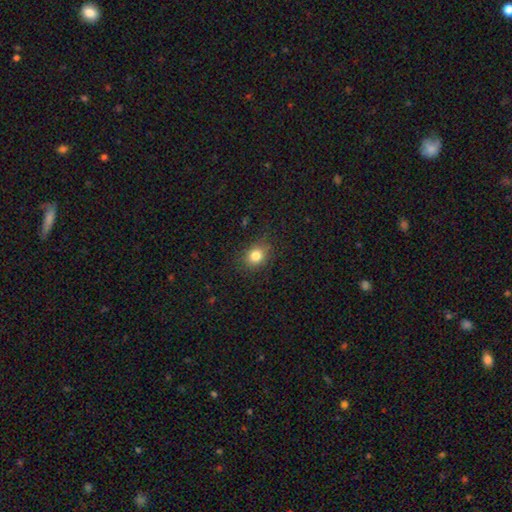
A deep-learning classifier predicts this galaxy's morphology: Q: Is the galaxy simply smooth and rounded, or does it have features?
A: smooth — 81%.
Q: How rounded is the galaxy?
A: round — 63%.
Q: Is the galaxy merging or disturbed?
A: none — 84%.